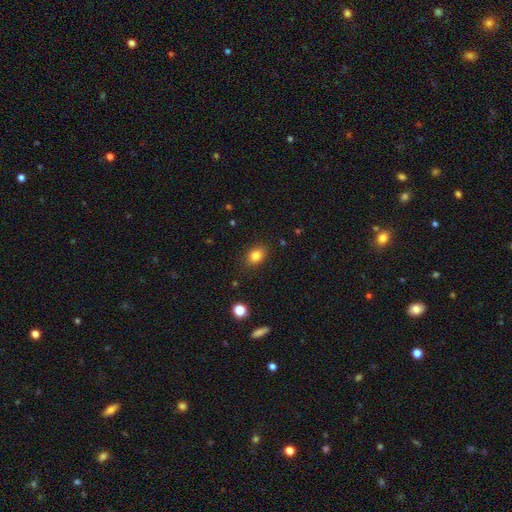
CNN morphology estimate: Smooth or featured: smooth — 82% (star or artifact — 11%)
How rounded: in between — 71% (round — 28%)
Merging: none — 86% (minor disturbance — 10%)